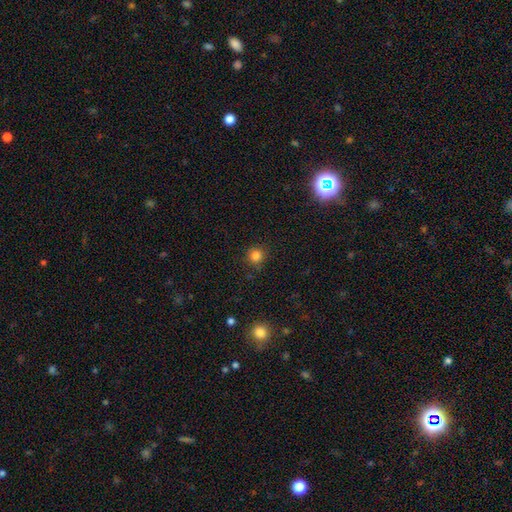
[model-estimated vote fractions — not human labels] This is clearly a smooth galaxy (82%). How rounded: clearly round (93%). Merging: clearly none (89%).